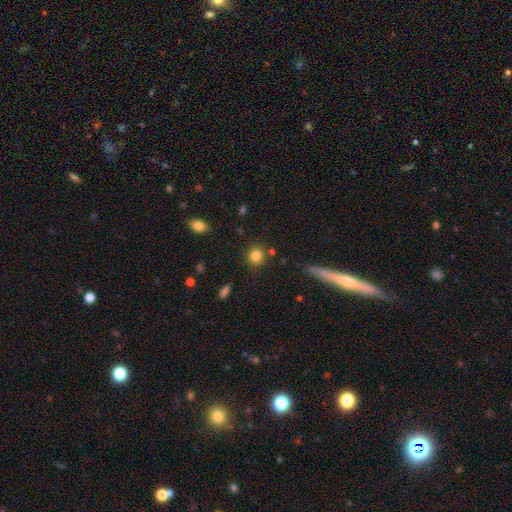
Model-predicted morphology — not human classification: Q: Smooth or featured?
A: smooth (83%); runner-up: star or artifact (11%)
Q: How rounded?
A: round (84%); runner-up: in between (15%)
Q: Merging?
A: none (85%); runner-up: minor disturbance (8%)